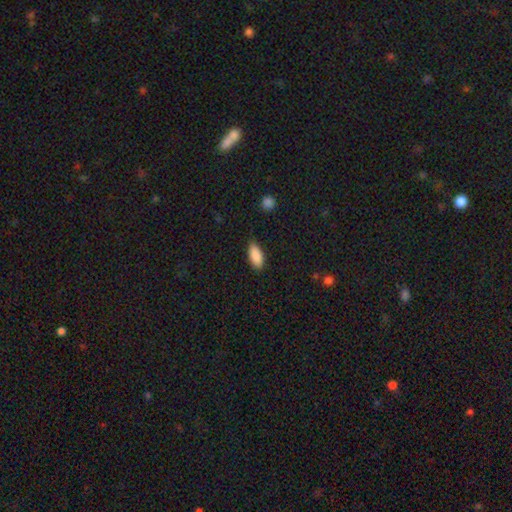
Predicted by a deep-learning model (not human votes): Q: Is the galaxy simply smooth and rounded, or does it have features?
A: smooth — 89%.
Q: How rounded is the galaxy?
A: in between — 86%.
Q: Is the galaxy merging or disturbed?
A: none — 84%.